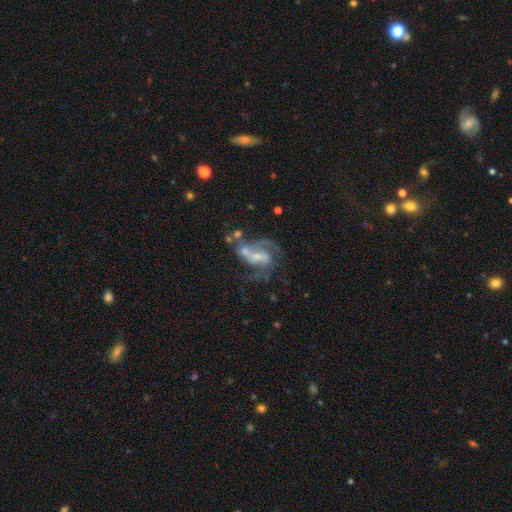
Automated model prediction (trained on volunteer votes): This appears to be a featured or disk galaxy (78%) with a weak bar (42%), 2 (49%) medium (47%) spiral arms (84%) and a small central bulge (50%). Merging: none (34%).